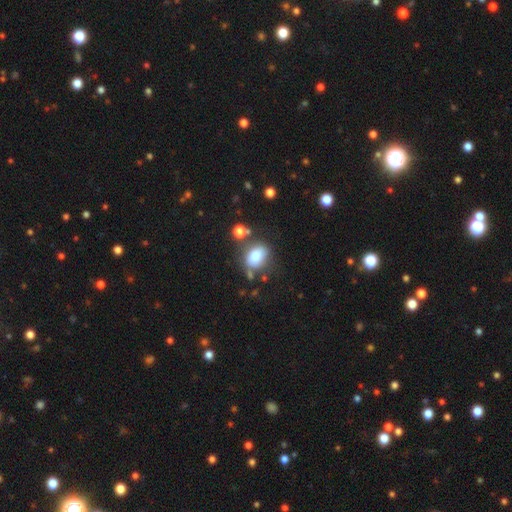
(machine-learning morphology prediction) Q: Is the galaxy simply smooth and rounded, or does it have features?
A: smooth — 77%.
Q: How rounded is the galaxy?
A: in between — 64%.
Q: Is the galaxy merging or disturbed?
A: none — 61%.